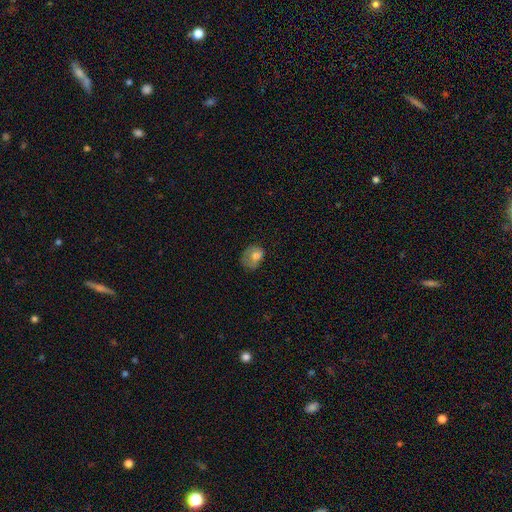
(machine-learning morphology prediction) A smooth galaxy with no disk features (69%) that is in between round and cigar-shaped (50%). Merging: minor disturbance (34%).